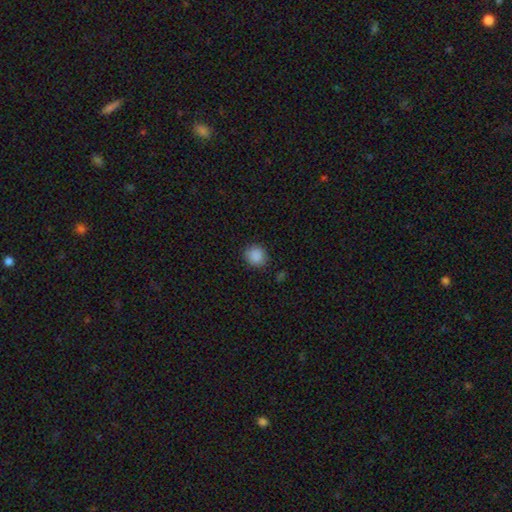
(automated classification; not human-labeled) smooth-or-featured: smooth: 88% | star or artifact: 9% | featured or disk: 3%
  how-rounded: round: 86% | in between: 13% | cigar-shaped: 1%
  merging: none: 87% | minor disturbance: 9% | major disturbance: 3% | merger: 1%